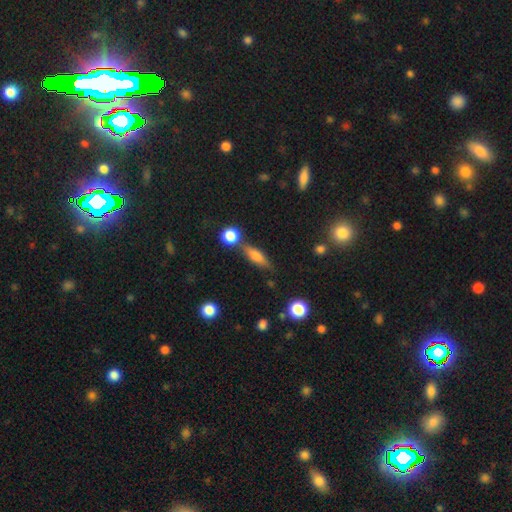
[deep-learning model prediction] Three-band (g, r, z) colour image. It shows a smooth galaxy with no disk features (54%) that is cigar-shaped (54%). Merging: none (69%).